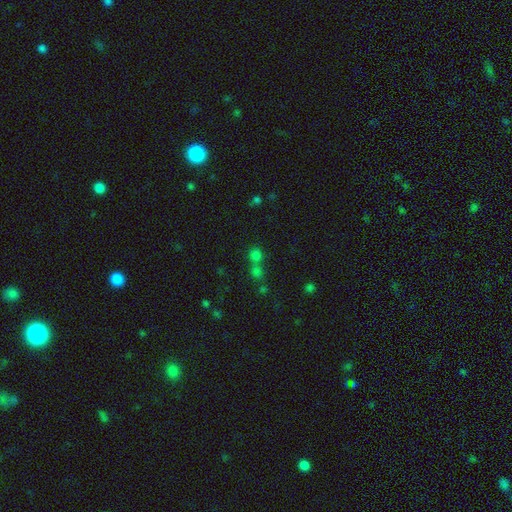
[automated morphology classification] smooth_or_featured: smooth (p=0.68) [alt: star or artifact p=0.24]
how_rounded: round (p=0.87) [alt: in between p=0.12]
merging: none (p=0.52) [alt: merger p=0.39]